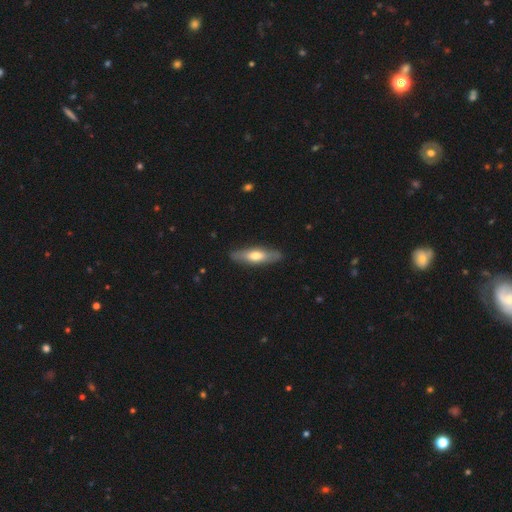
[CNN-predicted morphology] Smooth or featured?
  - smooth: 57% *
  - featured or disk: 38%
  - star or artifact: 5%
How rounded?
  - cigar-shaped: 58% *
  - in between: 39%
  - round: 2%
Merging?
  - none: 87% *
  - minor disturbance: 10%
  - major disturbance: 2%
  - merger: 1%